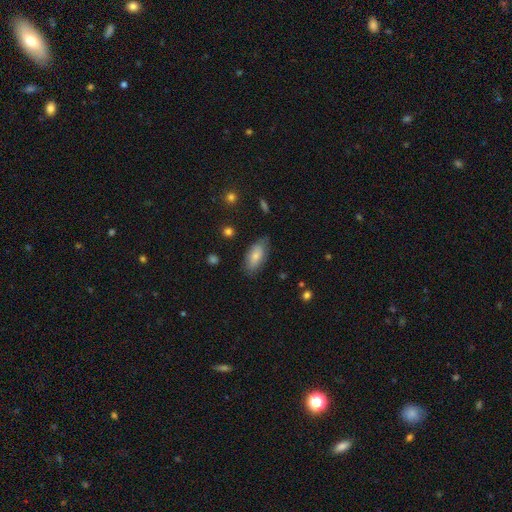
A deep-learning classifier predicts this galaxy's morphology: The model was most divided on "merging": none: 75%, minor disturbance: 19%, major disturbance: 4%, merger: 2%. More confident: how rounded — in between (89%); smooth or featured — smooth (75%).